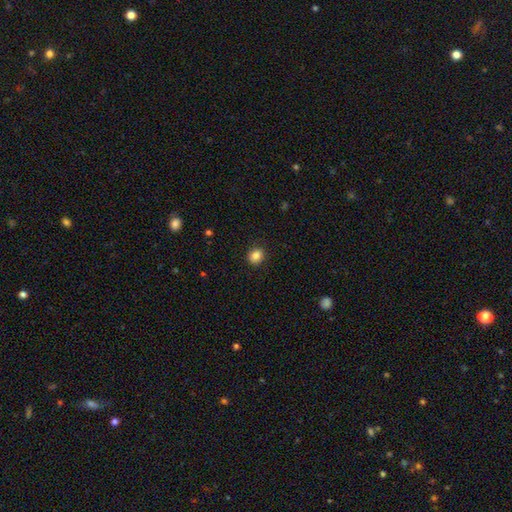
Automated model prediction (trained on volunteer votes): smooth-or-featured: smooth: 85% | star or artifact: 10% | featured or disk: 5%
  how-rounded: round: 76% | in between: 23% | cigar-shaped: 1%
  merging: none: 90% | minor disturbance: 7% | major disturbance: 2% | merger: 1%